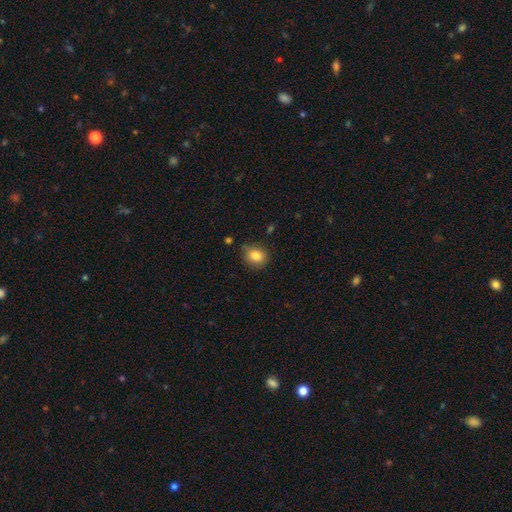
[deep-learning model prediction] Q: Smooth or featured?
A: smooth (84%); runner-up: star or artifact (9%)
Q: How rounded?
A: round (62%); runner-up: in between (37%)
Q: Merging?
A: none (77%); runner-up: minor disturbance (18%)